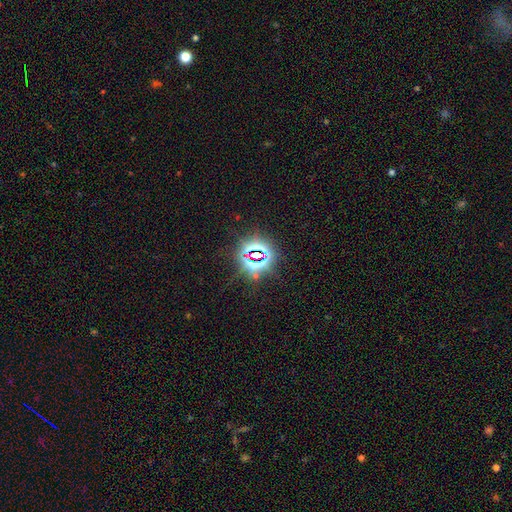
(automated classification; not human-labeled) Overall: star or artifact (79%).